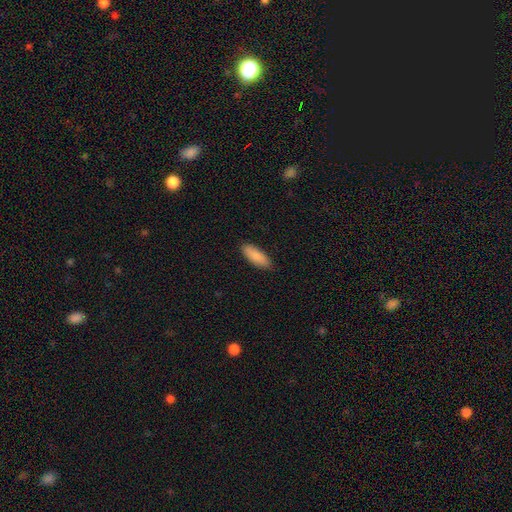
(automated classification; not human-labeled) The model was most divided on "how rounded": in between: 67%, cigar-shaped: 32%, round: 2%. More confident: merging — none (88%); smooth or featured — smooth (88%).